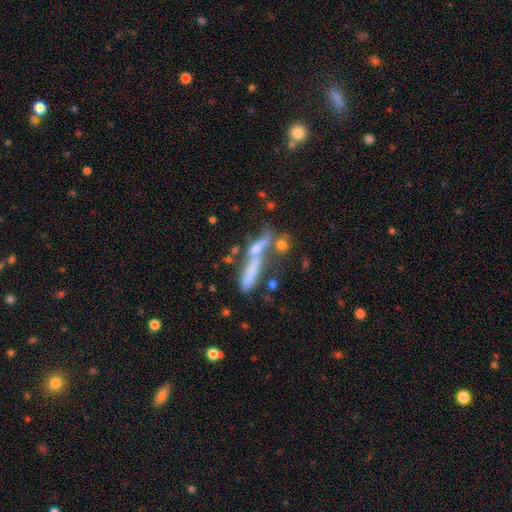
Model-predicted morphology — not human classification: A featured or disk galaxy (47%).

Vote fractions:
- Smooth or featured? featured or disk: 47% / smooth: 38% / star or artifact: 15%
- Merging? none: 39% / merger: 31% / minor disturbance: 16% / major disturbance: 14%